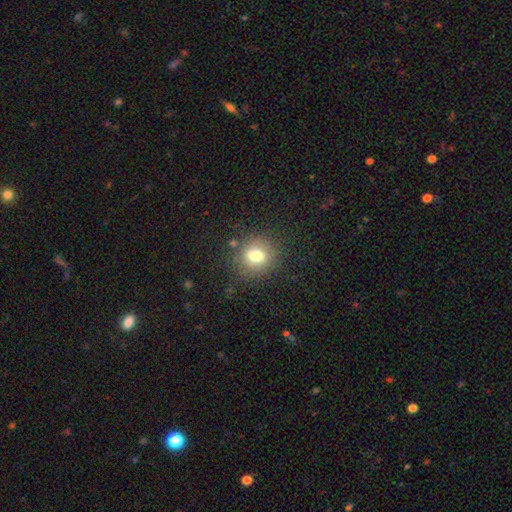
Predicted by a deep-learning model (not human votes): This is likely a smooth galaxy (74%). How rounded: likely round (71%). Merging: clearly none (82%).